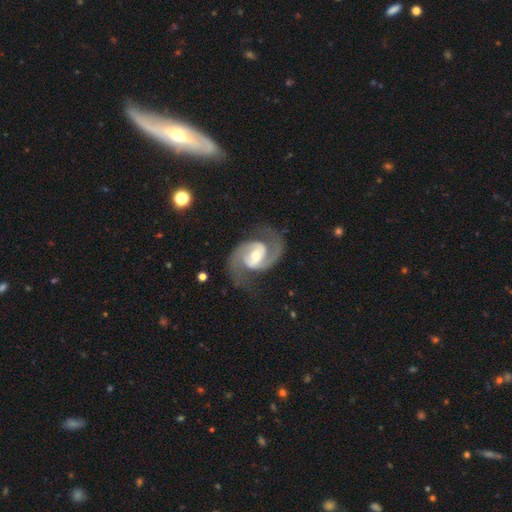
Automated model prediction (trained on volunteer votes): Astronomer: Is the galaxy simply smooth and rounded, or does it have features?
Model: featured or disk — 92%.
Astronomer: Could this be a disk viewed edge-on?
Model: no — 98%.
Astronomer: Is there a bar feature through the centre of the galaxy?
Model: weak — 45% (runner-up: no, 27%).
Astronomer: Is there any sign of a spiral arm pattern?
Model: yes — 98%.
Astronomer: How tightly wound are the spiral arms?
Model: medium — 61%.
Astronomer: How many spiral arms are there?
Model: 2 — 94%.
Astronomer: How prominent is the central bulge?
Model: moderate — 57% (runner-up: small, 36%).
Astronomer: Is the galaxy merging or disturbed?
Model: none — 75%.